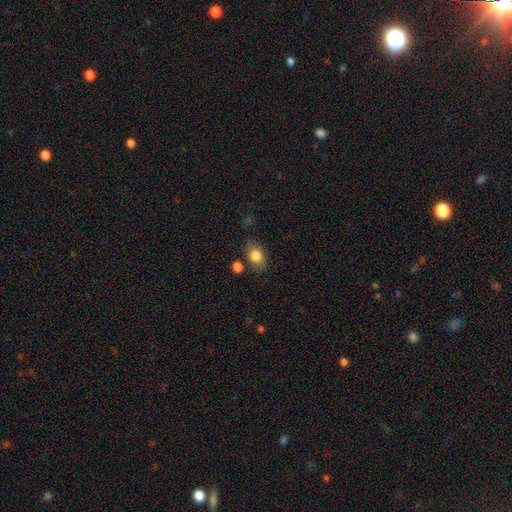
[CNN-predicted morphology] Smooth or featured? smooth (82%)
How rounded? in between (70%)
Merging? none (75%)